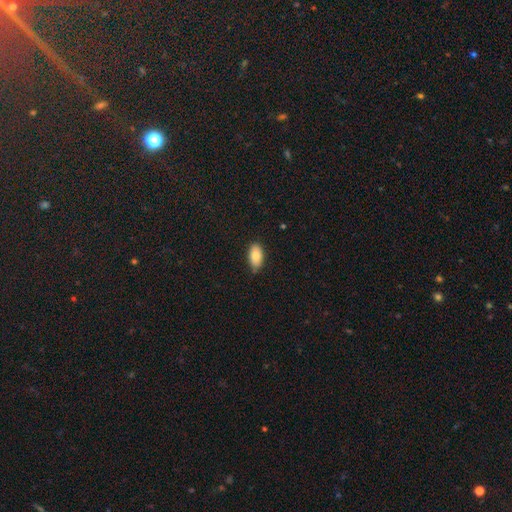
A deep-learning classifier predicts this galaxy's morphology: Smooth or featured? smooth (82%)
How rounded? in between (93%)
Merging? none (78%)